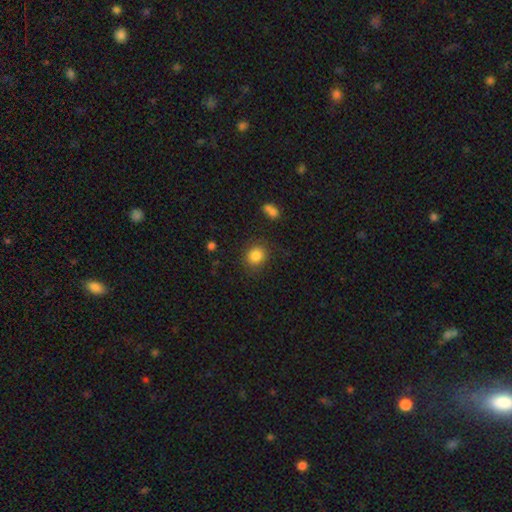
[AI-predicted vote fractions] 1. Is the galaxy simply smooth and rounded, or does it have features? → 84% smooth, 10% star or artifact, 6% featured or disk.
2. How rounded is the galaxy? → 77% round, 22% in between, 1% cigar-shaped.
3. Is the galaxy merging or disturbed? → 84% none, 11% minor disturbance, 3% major disturbance, 2% merger.